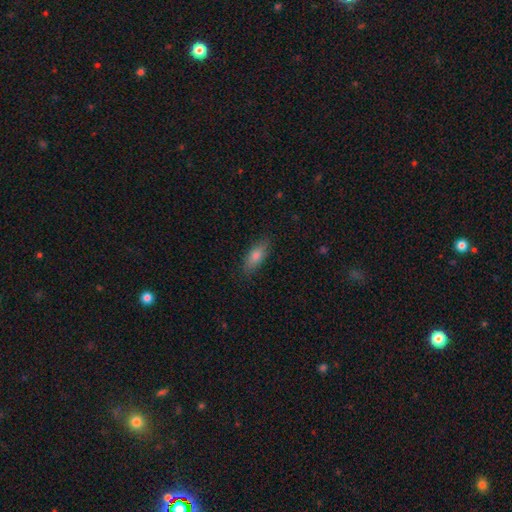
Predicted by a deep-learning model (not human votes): Smooth or featured?
  - smooth: 76% *
  - featured or disk: 16%
  - star or artifact: 8%
How rounded?
  - in between: 68% *
  - cigar-shaped: 29%
  - round: 3%
Merging?
  - none: 84% *
  - minor disturbance: 12%
  - major disturbance: 3%
  - merger: 1%